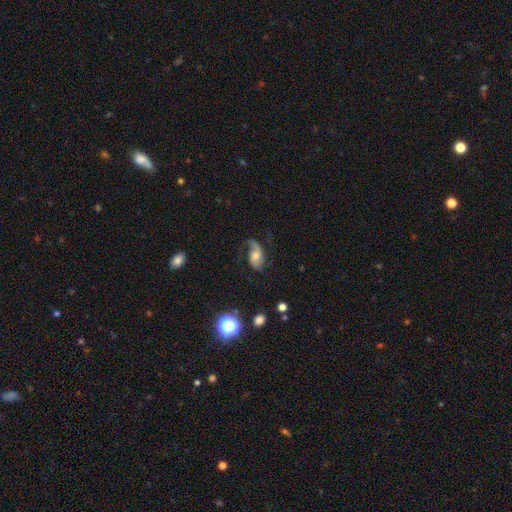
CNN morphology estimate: The model was most divided on "spiral winding": loose: 60%, medium: 30%, tight: 10%. More confident: edge-on disk — no (95%); spiral arms — yes (90%); smooth or featured — featured or disk (67%); spiral arm count — 2 (67%); bar — no (61%); bulge size — moderate (59%); merging — none (53%).